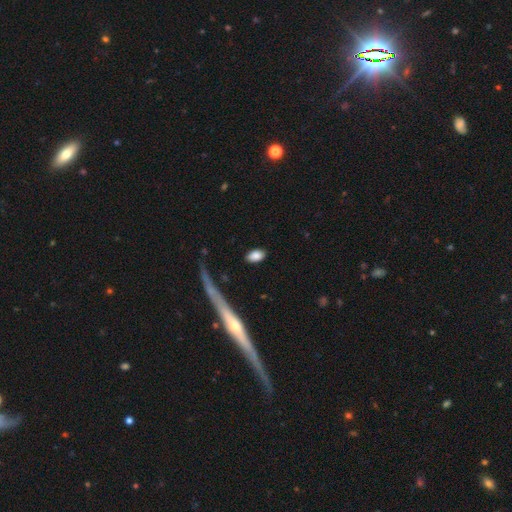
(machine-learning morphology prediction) Smooth or featured?
  - smooth: 85% *
  - featured or disk: 8%
  - star or artifact: 7%
How rounded?
  - in between: 91% *
  - round: 5%
  - cigar-shaped: 3%
Merging?
  - none: 86% *
  - minor disturbance: 10%
  - major disturbance: 3%
  - merger: 2%